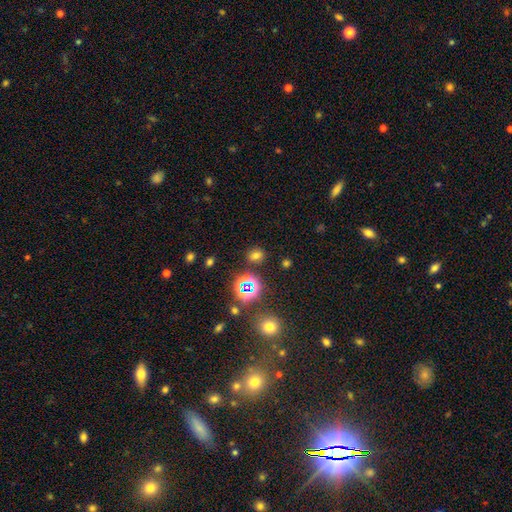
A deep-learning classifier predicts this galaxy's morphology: A smooth galaxy with no disk features (61%) that is round (59%).

Vote fractions:
- Smooth or featured? smooth: 61% / star or artifact: 32% / featured or disk: 7%
- How rounded? round: 59% / in between: 40% / cigar-shaped: 1%
- Merging? none: 83% / minor disturbance: 9% / merger: 4% / major disturbance: 4%